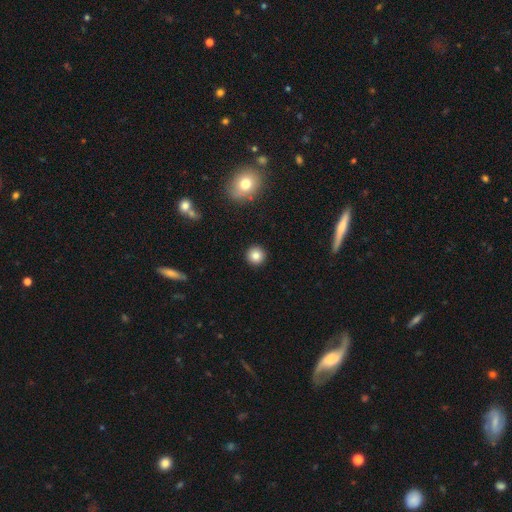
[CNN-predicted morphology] Smooth or featured? Predicted: smooth (p=0.83). How rounded? Predicted: round (p=0.95). Merging? Predicted: none (p=0.93).